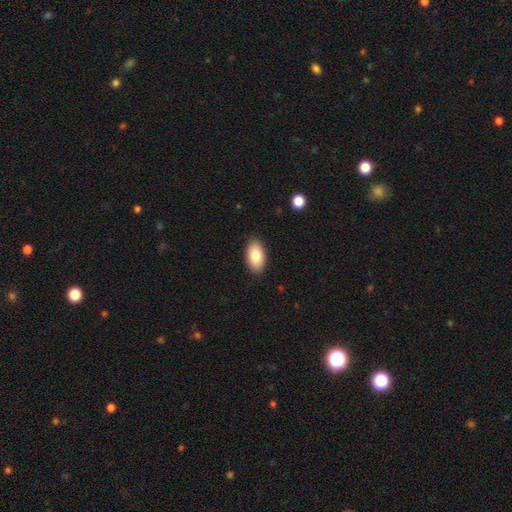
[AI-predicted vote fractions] smooth-or-featured: smooth: 84% | featured or disk: 10% | star or artifact: 6%
  how-rounded: in between: 95% | round: 3% | cigar-shaped: 2%
  merging: none: 89% | minor disturbance: 9% | major disturbance: 2% | merger: 1%